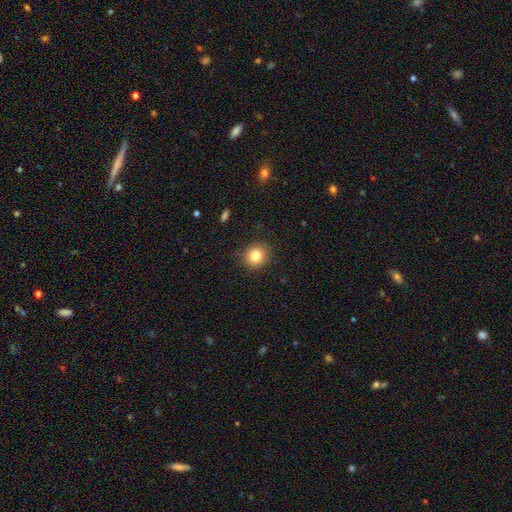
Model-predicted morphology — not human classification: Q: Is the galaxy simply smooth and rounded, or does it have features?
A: smooth — 81%.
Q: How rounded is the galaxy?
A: round — 85%.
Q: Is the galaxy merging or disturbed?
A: none — 88%.